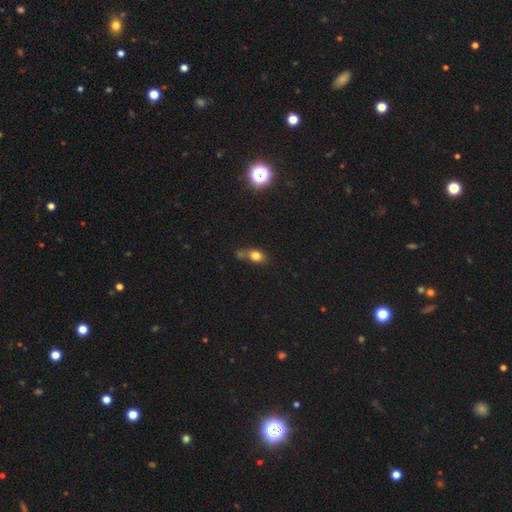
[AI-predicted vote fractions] Overall: smooth (77%). How rounded: in between (61%; round 36%). Merging: none (49%; merger 28%).